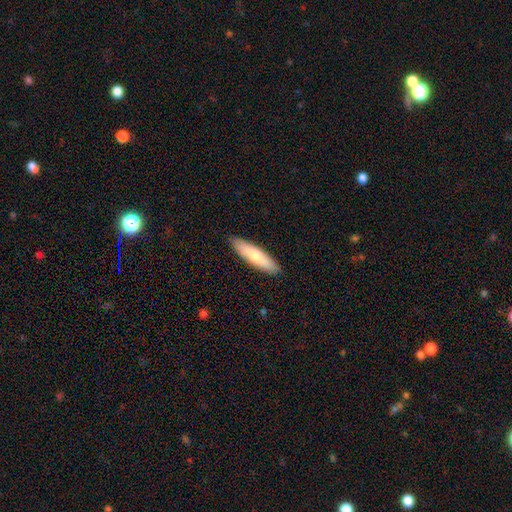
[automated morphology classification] Smooth or featured? smooth (71%)
How rounded? cigar-shaped (71%)
Merging? none (89%)